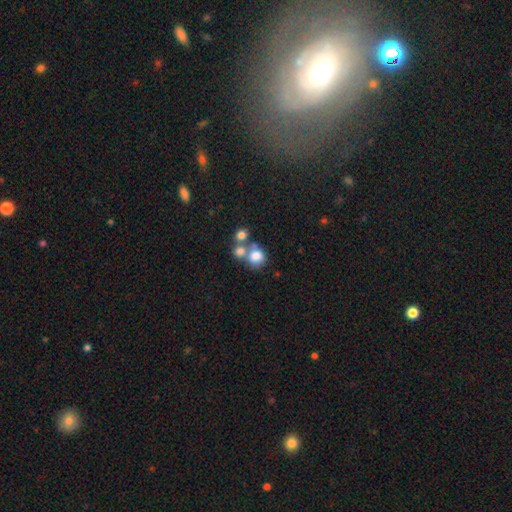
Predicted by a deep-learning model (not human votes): The model was most divided on "merging": merger: 46%, none: 39%, minor disturbance: 9%, major disturbance: 5%. More confident: how rounded — round (76%); smooth or featured — smooth (75%).